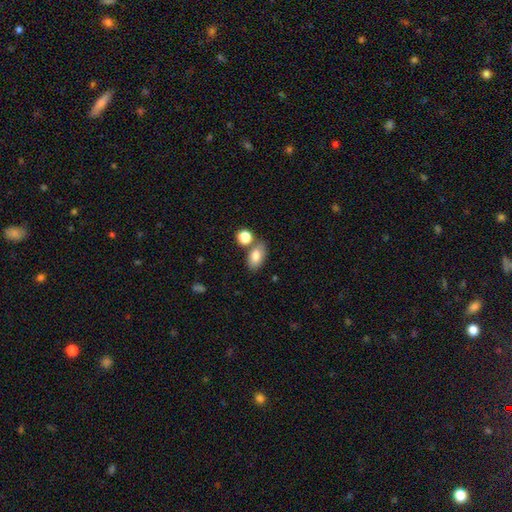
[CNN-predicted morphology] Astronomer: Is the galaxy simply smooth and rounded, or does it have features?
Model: smooth — 81%.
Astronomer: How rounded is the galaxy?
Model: in between — 88%.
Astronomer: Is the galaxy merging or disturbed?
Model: none — 65%.